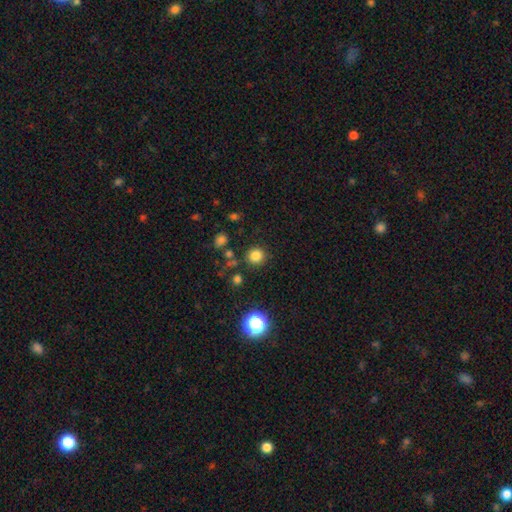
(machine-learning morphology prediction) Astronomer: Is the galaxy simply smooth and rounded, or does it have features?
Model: smooth — 80%.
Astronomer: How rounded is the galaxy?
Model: round — 92%.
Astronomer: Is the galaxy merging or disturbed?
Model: none — 87%.